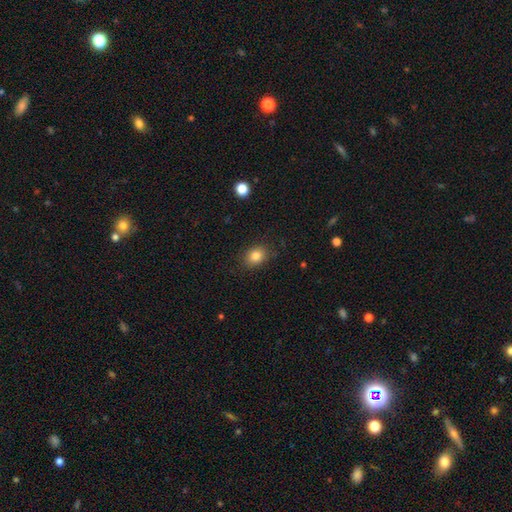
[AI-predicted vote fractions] Smooth or featured? smooth (82%)
How rounded? in between (54%)
Merging? none (85%)